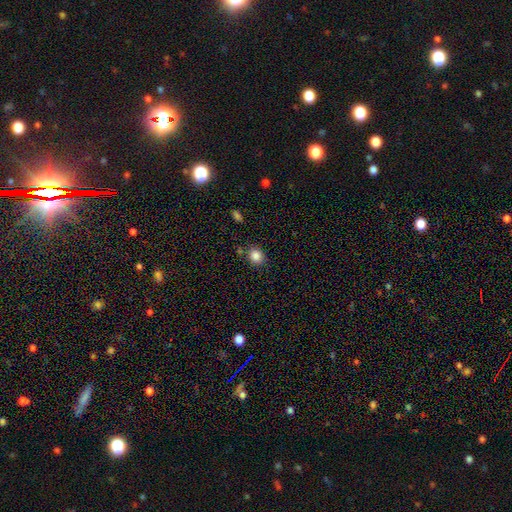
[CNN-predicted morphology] Q: Smooth or featured?
A: smooth (86%); runner-up: star or artifact (10%)
Q: How rounded?
A: round (65%); runner-up: in between (35%)
Q: Merging?
A: none (81%); runner-up: minor disturbance (11%)